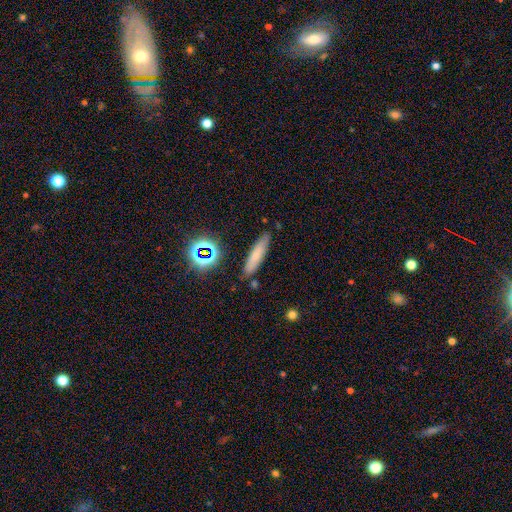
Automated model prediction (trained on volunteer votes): smooth-or-featured: smooth: 65% | featured or disk: 20% | star or artifact: 15%
  how-rounded: cigar-shaped: 78% | in between: 18% | round: 3%
  merging: none: 82% | minor disturbance: 12% | merger: 3% | major disturbance: 3%